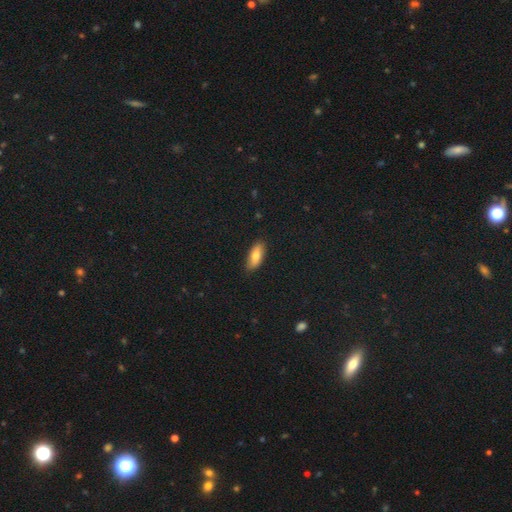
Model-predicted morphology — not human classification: smooth-or-featured: smooth: 78% | featured or disk: 15% | star or artifact: 7%
  how-rounded: in between: 80% | cigar-shaped: 17% | round: 2%
  merging: none: 85% | minor disturbance: 12% | major disturbance: 2% | merger: 1%